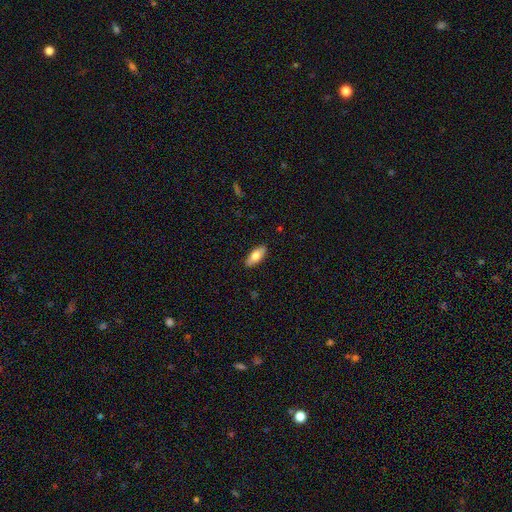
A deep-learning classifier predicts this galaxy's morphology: Smooth or featured? smooth (73%)
How rounded? in between (83%)
Merging? none (89%)